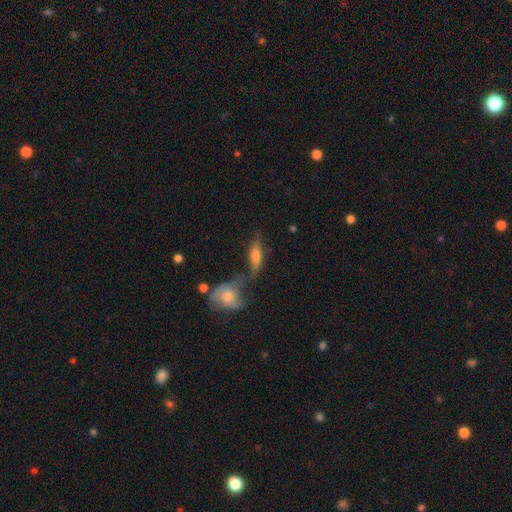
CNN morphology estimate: smooth_or_featured: smooth (p=0.49) [alt: featured or disk p=0.41]
merging: none (p=0.37) [alt: merger p=0.35]